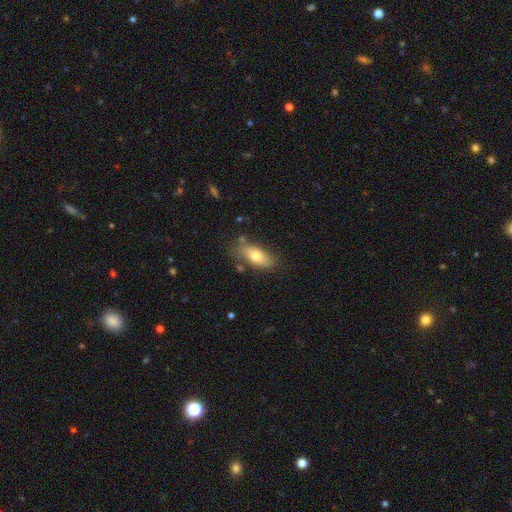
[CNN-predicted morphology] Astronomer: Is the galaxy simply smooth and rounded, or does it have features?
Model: smooth — 74%.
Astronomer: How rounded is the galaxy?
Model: in between — 82%.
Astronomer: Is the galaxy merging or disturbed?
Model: none — 75%.